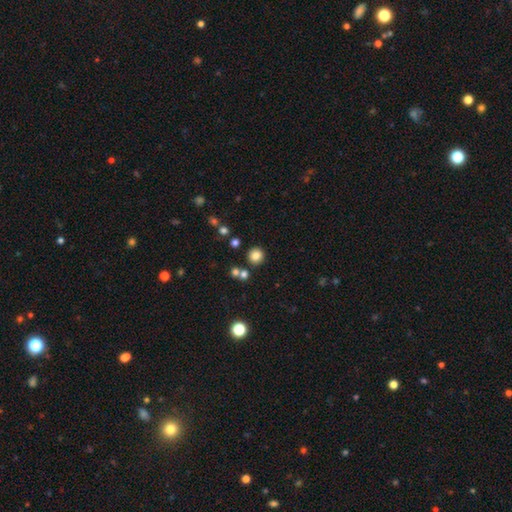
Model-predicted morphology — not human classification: Q: Smooth or featured?
A: smooth (82%); runner-up: star or artifact (12%)
Q: How rounded?
A: round (93%); runner-up: in between (7%)
Q: Merging?
A: none (84%); runner-up: merger (7%)